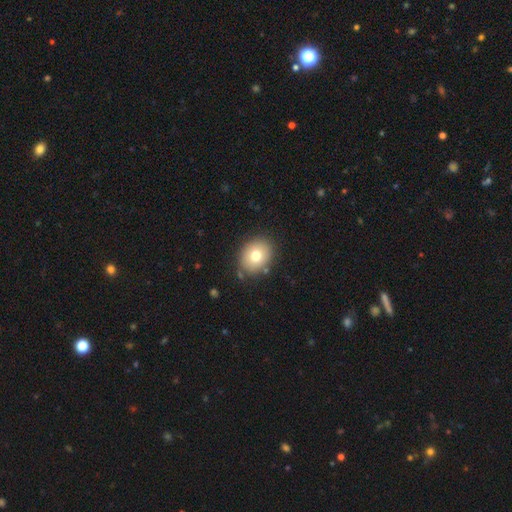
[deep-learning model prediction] Q: Smooth or featured?
A: smooth (75%); runner-up: featured or disk (14%)
Q: How rounded?
A: round (54%); runner-up: in between (45%)
Q: Merging?
A: none (85%); runner-up: minor disturbance (10%)